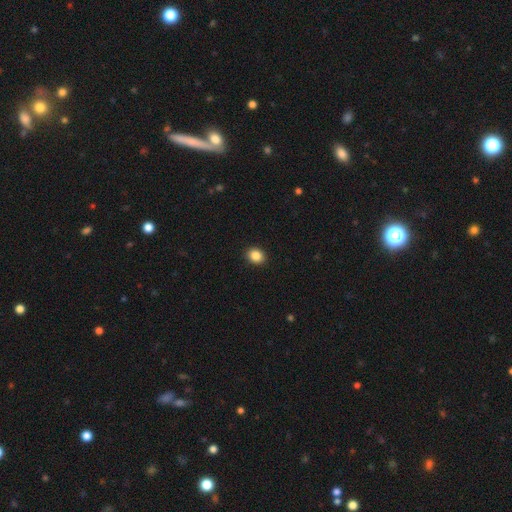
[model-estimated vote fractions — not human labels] A smooth galaxy with no disk features (87%) that is round (59%).

Vote fractions:
- Smooth or featured? smooth: 87% / star or artifact: 9% / featured or disk: 4%
- How rounded? round: 59% / in between: 41% / cigar-shaped: 1%
- Merging? none: 92% / minor disturbance: 6% / major disturbance: 2% / merger: 1%